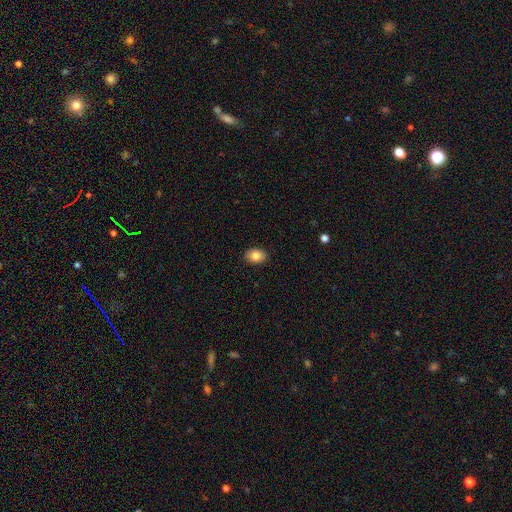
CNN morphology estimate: The model was most divided on "how rounded": in between: 79%, round: 20%, cigar-shaped: 1%. More confident: merging — none (90%); smooth or featured — smooth (85%).